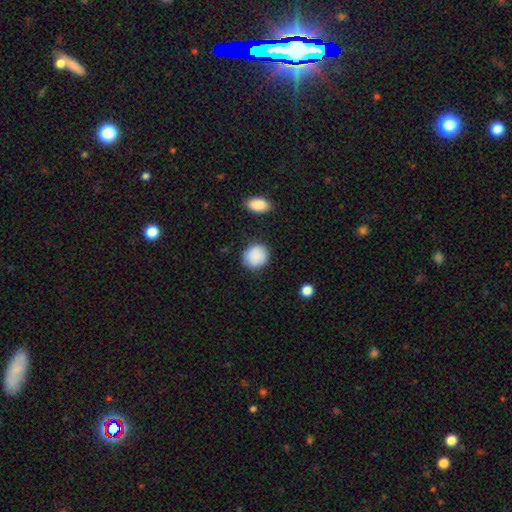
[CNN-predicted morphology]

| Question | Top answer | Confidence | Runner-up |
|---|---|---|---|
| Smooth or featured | smooth | 89% | star or artifact (7%) |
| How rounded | round | 79% | in between (20%) |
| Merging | none | 85% | minor disturbance (11%) |